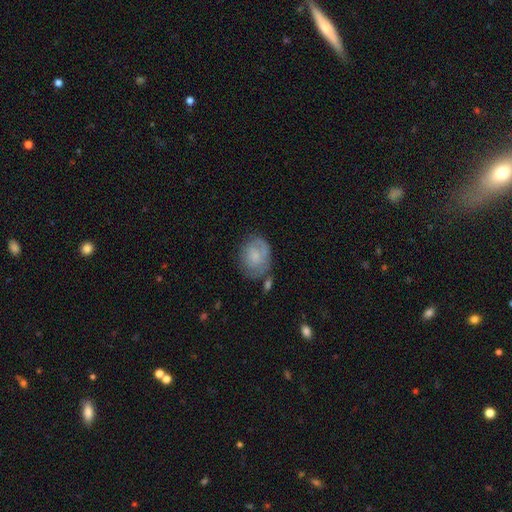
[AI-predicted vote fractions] This is possibly a smooth galaxy (56%). How rounded: likely in between (60%). Merging: possibly none (56%).